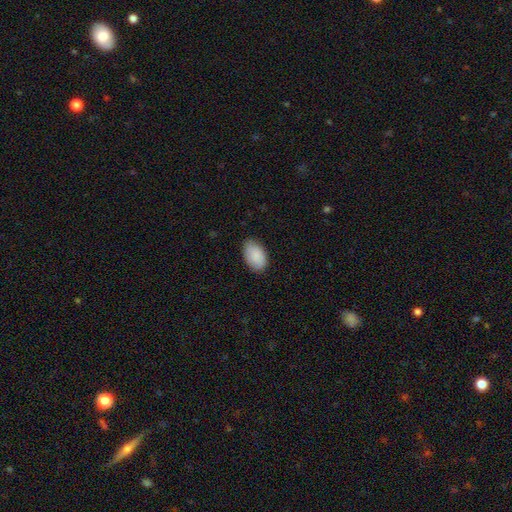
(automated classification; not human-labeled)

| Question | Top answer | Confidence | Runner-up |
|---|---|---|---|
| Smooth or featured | smooth | 89% | star or artifact (6%) |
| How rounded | in between | 92% | round (6%) |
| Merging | none | 79% | minor disturbance (17%) |